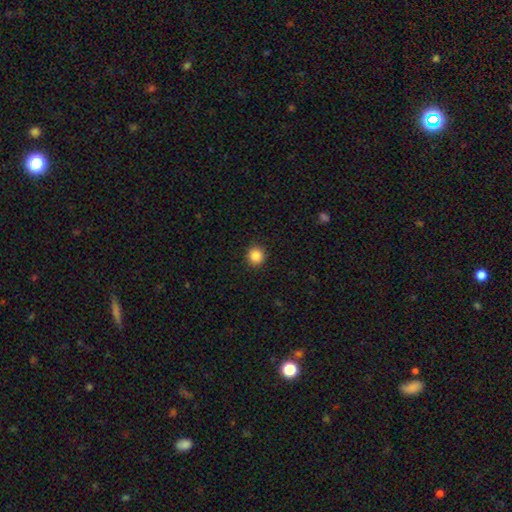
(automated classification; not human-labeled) A smooth galaxy with no disk features (87%) that is round (92%). Merging: none (91%).